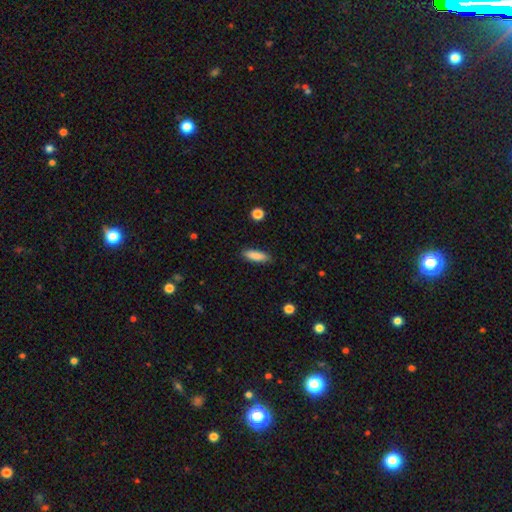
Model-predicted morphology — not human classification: The model was most divided on "how rounded": cigar-shaped: 51%, in between: 47%, round: 2%. More confident: smooth or featured — smooth (87%); merging — none (87%).